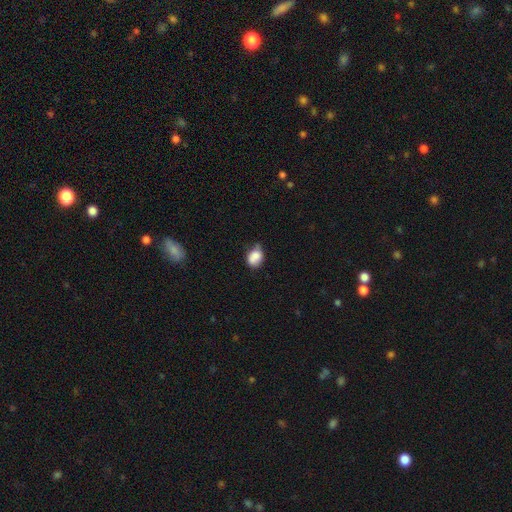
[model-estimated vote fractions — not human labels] Smooth or featured? Predicted: smooth (p=0.83). How rounded? Predicted: in between (p=0.64). Merging? Predicted: none (p=0.46).